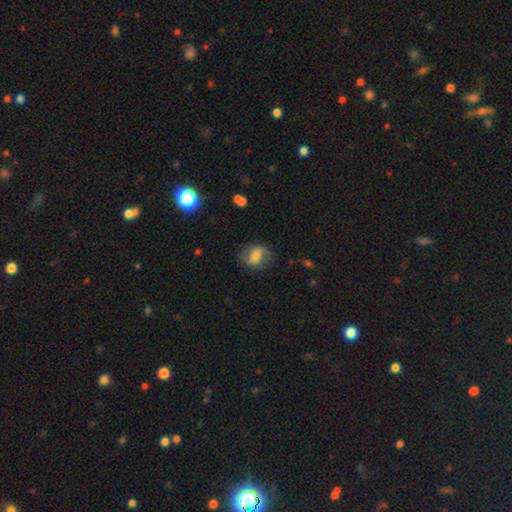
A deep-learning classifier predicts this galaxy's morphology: The model was most divided on "smooth or featured": featured or disk: 49%, smooth: 42%, star or artifact: 8%. More confident: merging — none (72%).